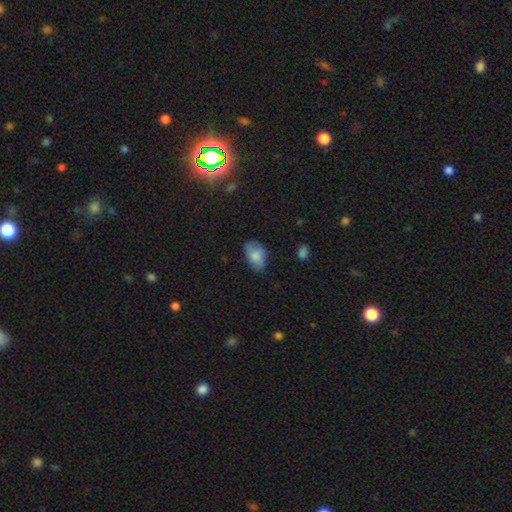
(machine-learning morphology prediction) A smooth galaxy with no disk features (81%) that is in between round and cigar-shaped (90%). Merging: none (70%).